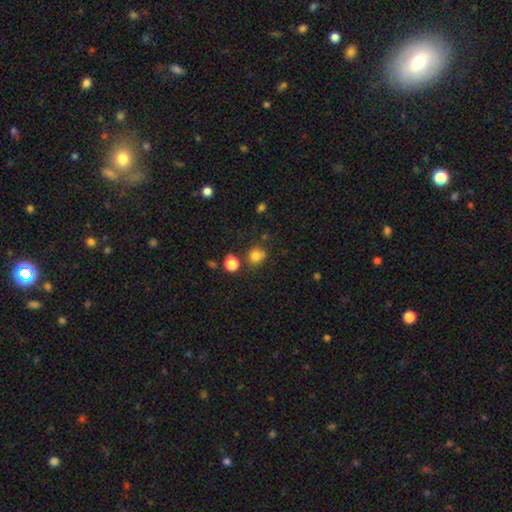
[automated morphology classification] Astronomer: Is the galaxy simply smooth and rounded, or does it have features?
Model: smooth — 79%.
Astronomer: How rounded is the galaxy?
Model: round — 85%.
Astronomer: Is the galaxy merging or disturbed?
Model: none — 69%.